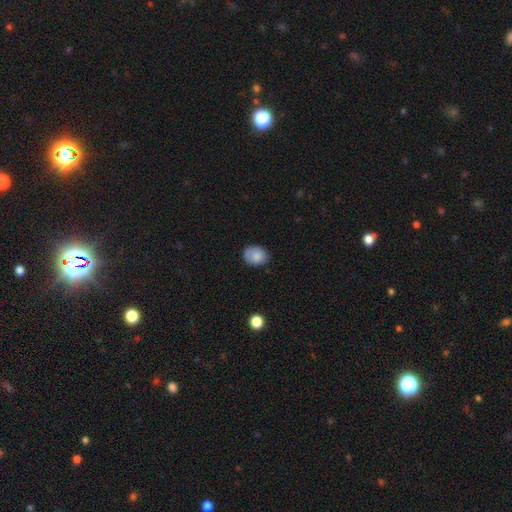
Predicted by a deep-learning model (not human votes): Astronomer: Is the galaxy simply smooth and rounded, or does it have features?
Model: smooth — 83%.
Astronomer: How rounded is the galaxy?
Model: in between — 53% (runner-up: round, 46%).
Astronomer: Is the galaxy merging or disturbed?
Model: none — 74%.